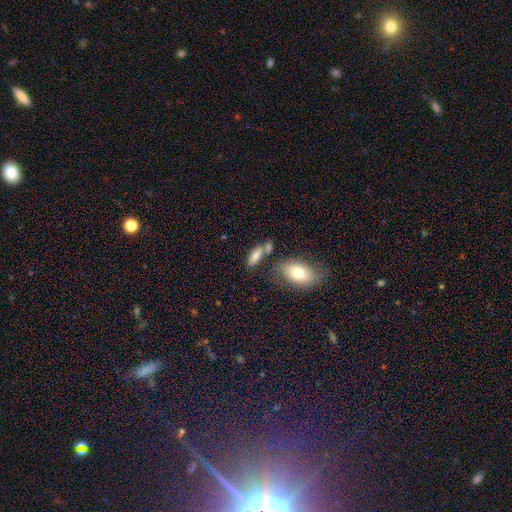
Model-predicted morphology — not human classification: A smooth galaxy with no disk features (77%) that is in between round and cigar-shaped (75%). Merging: none (53%).